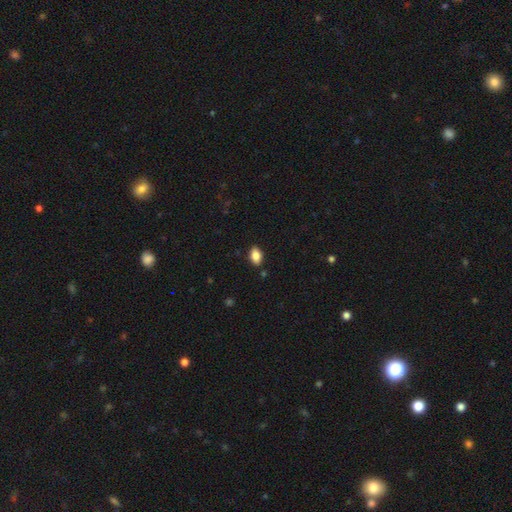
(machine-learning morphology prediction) The model was most divided on "smooth or featured": smooth: 85%, star or artifact: 8%, featured or disk: 7%. More confident: how rounded — in between (89%); merging — none (87%).